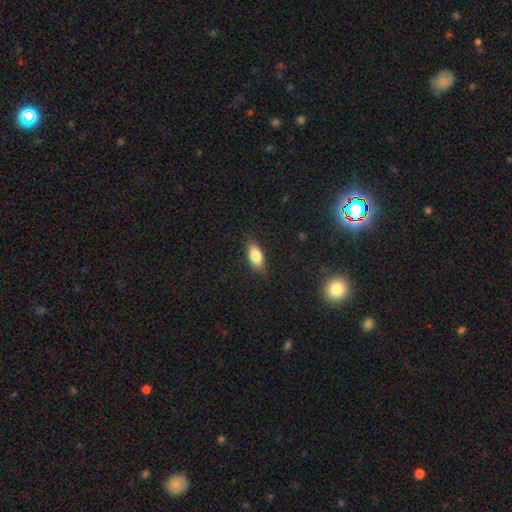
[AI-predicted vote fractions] Morphology: type=smooth (83%); roundness=in between (87%); merging=none (84%).